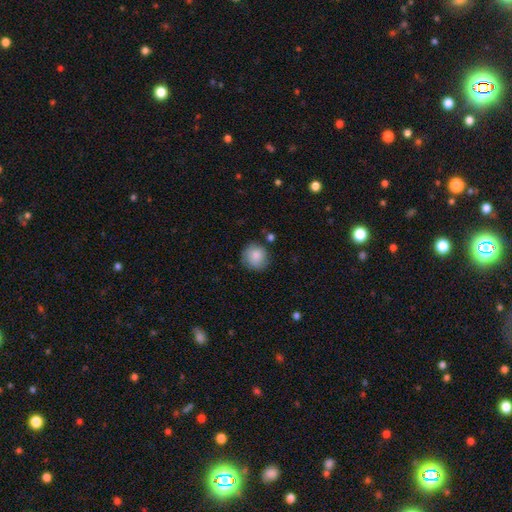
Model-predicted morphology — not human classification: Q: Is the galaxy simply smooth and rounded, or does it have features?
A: smooth — 83%.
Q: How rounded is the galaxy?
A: round — 91%.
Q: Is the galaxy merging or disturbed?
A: none — 78%.